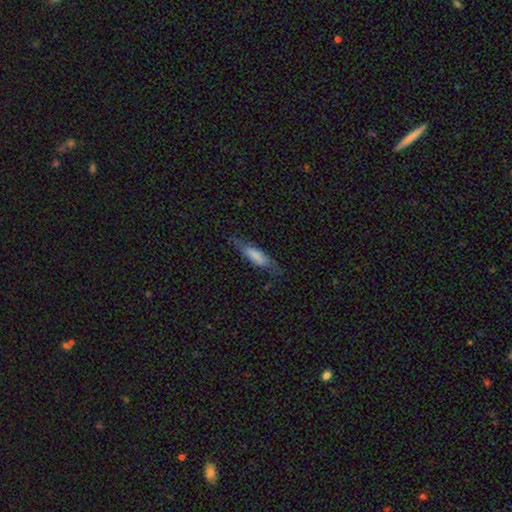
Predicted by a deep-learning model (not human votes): smooth-or-featured: smooth: 71% | featured or disk: 23% | star or artifact: 6%
  how-rounded: cigar-shaped: 64% | in between: 34% | round: 2%
  merging: none: 69% | minor disturbance: 23% | major disturbance: 7% | merger: 2%